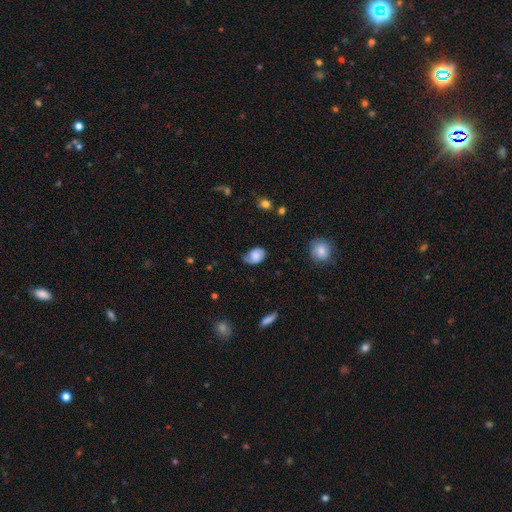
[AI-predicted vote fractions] Smooth or featured? smooth (65%)
How rounded? in between (81%)
Merging? none (58%)